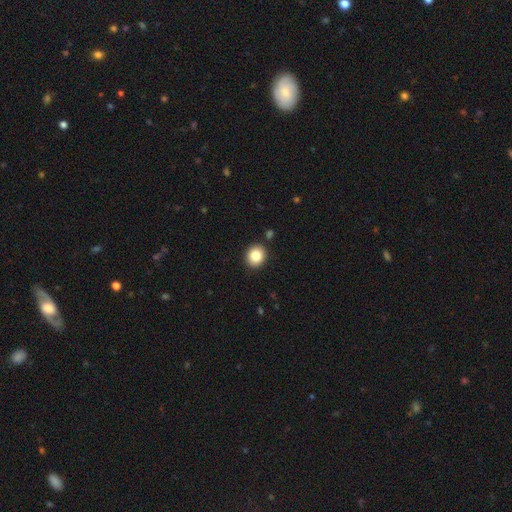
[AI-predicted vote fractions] Smooth or featured? smooth (85%)
How rounded? round (71%)
Merging? none (90%)